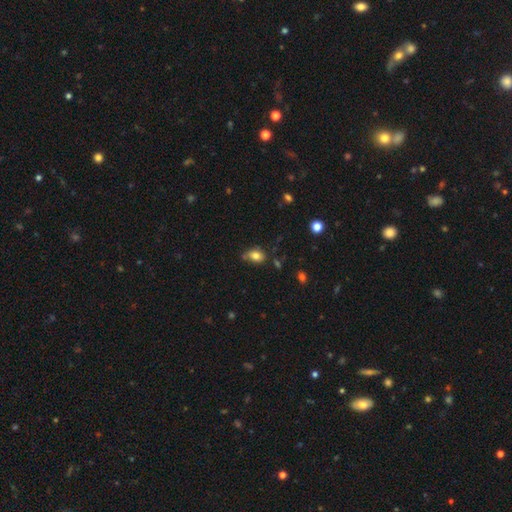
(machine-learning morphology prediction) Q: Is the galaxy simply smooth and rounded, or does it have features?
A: smooth — 80%.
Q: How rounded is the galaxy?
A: in between — 76%.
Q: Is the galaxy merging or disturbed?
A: none — 60%.